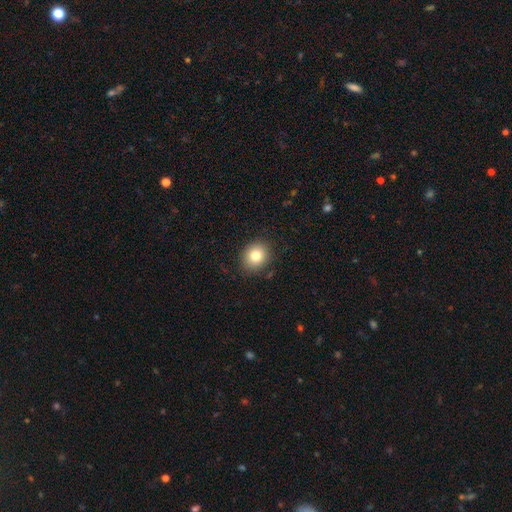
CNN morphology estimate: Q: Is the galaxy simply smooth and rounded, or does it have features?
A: smooth — 81%.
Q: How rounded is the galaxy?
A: round — 70%.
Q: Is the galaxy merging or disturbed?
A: none — 87%.